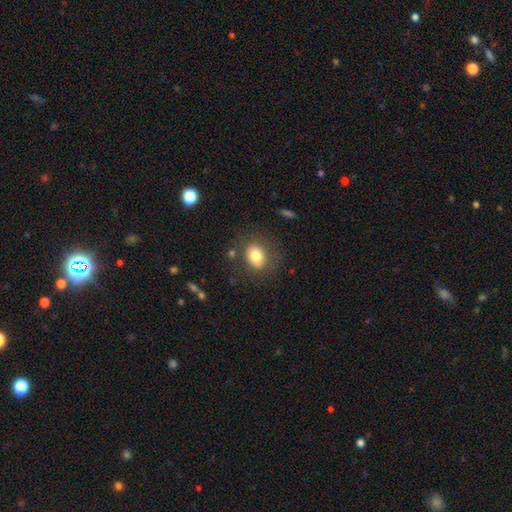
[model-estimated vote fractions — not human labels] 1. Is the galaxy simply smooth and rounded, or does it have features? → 76% smooth, 14% featured or disk, 9% star or artifact.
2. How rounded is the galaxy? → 53% in between, 46% round, 1% cigar-shaped.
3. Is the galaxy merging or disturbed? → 72% none, 17% minor disturbance, 8% major disturbance, 3% merger.